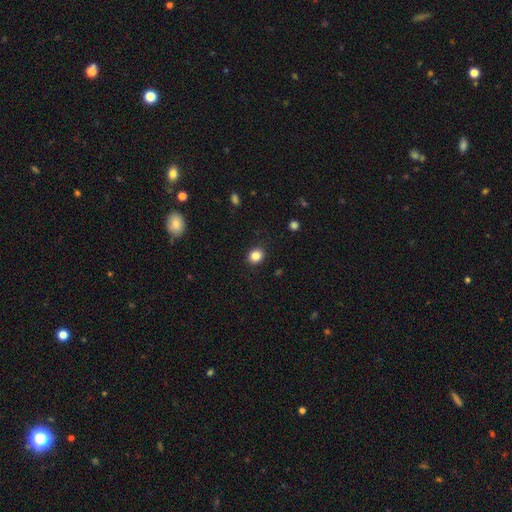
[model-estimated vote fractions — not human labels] A smooth galaxy with no disk features (85%) that is round (69%).

Vote fractions:
- Smooth or featured? smooth: 85% / star or artifact: 10% / featured or disk: 4%
- How rounded? round: 69% / in between: 31% / cigar-shaped: 1%
- Merging? none: 89% / minor disturbance: 8% / major disturbance: 2% / merger: 1%